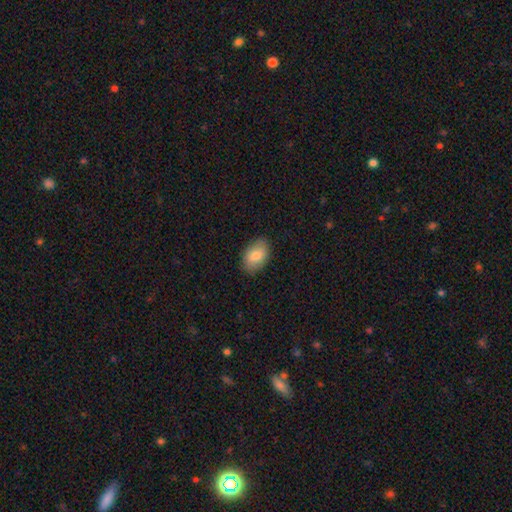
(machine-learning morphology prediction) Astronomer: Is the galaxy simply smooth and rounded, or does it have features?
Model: smooth — 82%.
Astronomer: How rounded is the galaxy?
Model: in between — 91%.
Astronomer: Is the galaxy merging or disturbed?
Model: none — 86%.